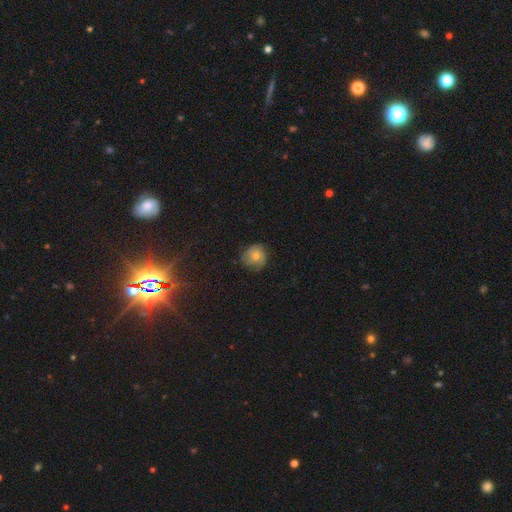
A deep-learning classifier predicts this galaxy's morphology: Smooth or featured: smooth — 58% (featured or disk — 32%)
How rounded: round — 82% (in between — 17%)
Merging: none — 64% (minor disturbance — 27%)